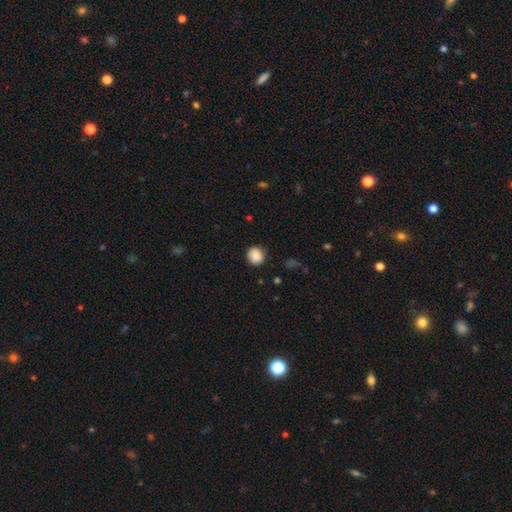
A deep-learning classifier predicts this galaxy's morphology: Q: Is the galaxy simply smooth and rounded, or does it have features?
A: smooth — 87%.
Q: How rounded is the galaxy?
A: round — 84%.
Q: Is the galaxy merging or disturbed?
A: none — 84%.